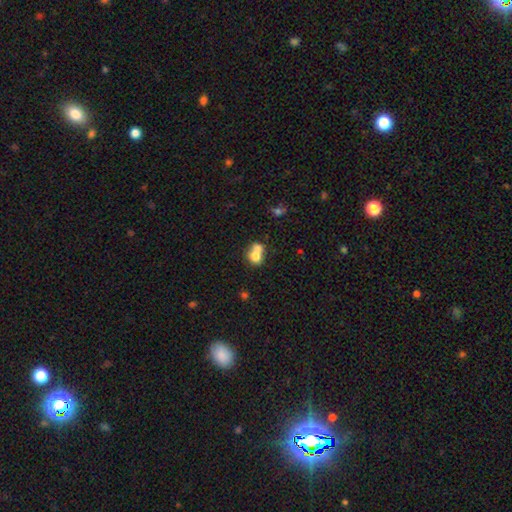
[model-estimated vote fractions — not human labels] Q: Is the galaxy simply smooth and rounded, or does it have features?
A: smooth — 72%.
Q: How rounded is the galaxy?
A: round — 56%.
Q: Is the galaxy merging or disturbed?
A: merger — 62%.